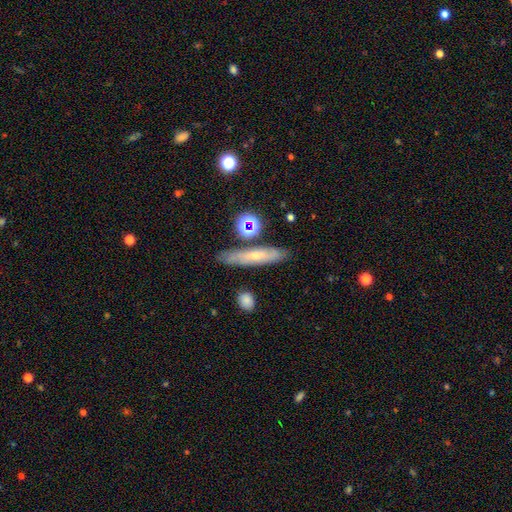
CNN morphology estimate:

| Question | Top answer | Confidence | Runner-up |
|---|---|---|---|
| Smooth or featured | smooth | 47% | featured or disk (41%) |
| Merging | none | 77% | minor disturbance (14%) |